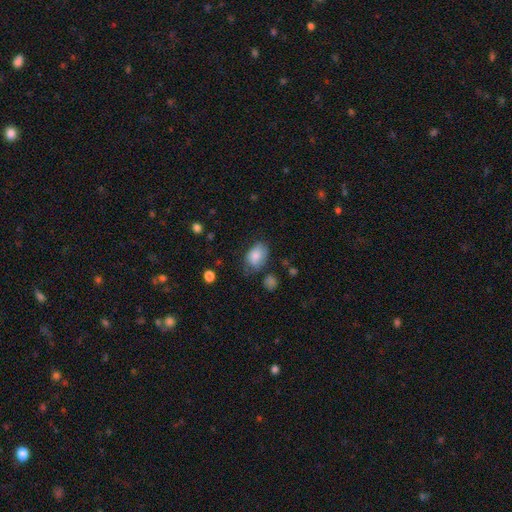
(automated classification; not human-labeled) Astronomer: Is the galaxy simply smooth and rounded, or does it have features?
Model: smooth — 81%.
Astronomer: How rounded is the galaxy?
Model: in between — 84%.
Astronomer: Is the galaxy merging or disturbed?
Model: none — 55% (runner-up: minor disturbance, 31%).